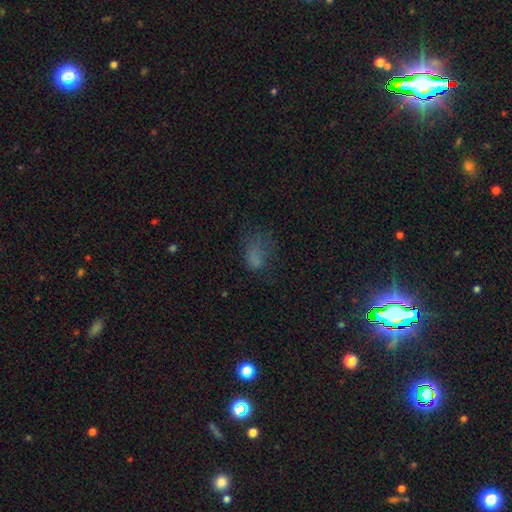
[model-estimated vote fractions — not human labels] smooth-or-featured: smooth: 58% | star or artifact: 24% | featured or disk: 18%
  how-rounded: in between: 77% | round: 20% | cigar-shaped: 3%
  merging: major disturbance: 38% | none: 35% | minor disturbance: 23% | merger: 4%